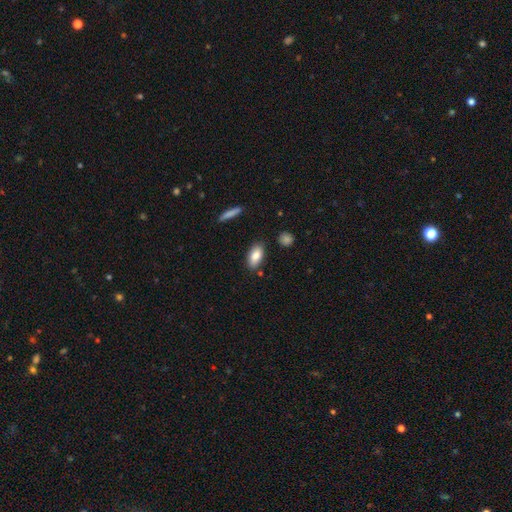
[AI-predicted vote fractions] smooth-or-featured: smooth: 83% | featured or disk: 10% | star or artifact: 7%
  how-rounded: in between: 87% | cigar-shaped: 10% | round: 3%
  merging: none: 82% | minor disturbance: 13% | merger: 3% | major disturbance: 3%